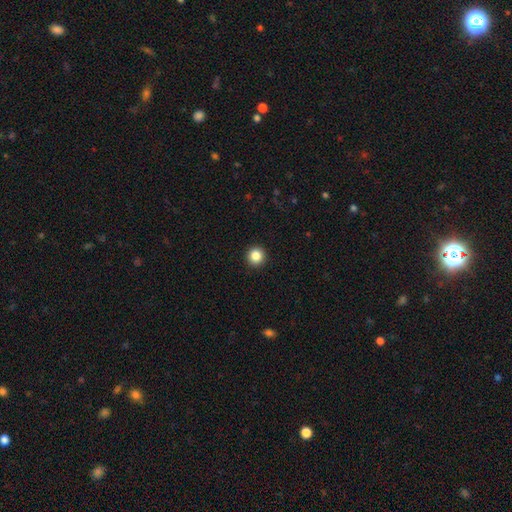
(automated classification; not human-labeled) smooth 86%, star or artifact 10%, featured or disk 4%. Down the decision tree: how rounded — round (95%); merging — none (94%).